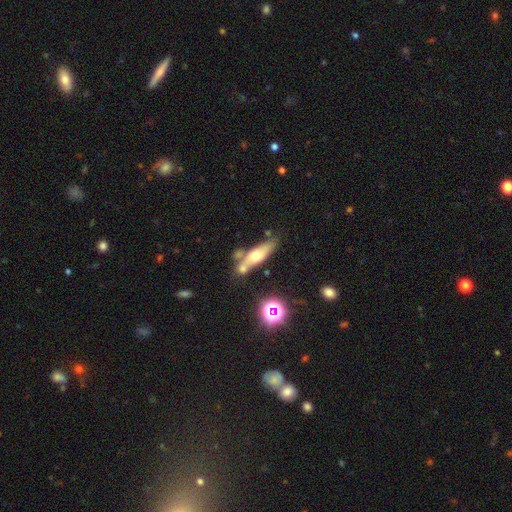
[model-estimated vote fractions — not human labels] Smooth or featured? Predicted: smooth (p=0.49). Merging? Predicted: none (p=0.55).